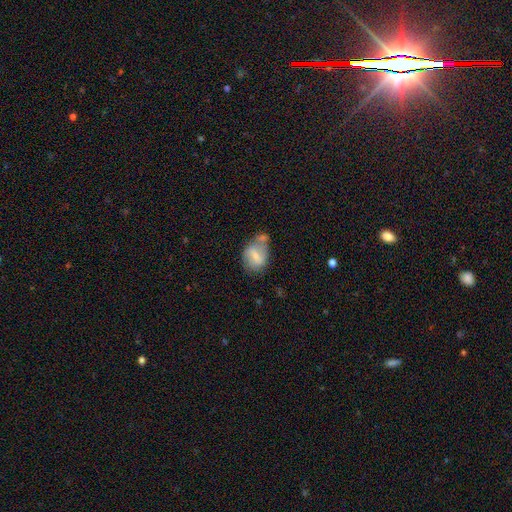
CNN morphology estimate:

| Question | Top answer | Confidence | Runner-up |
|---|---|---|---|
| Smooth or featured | featured or disk | 47% | smooth (45%) |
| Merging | none | 35% | merger (28%) |